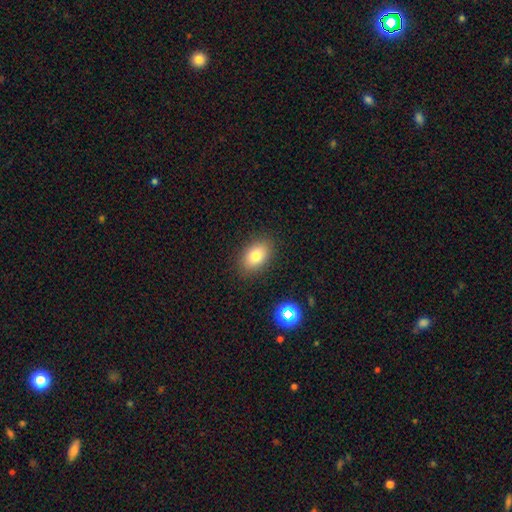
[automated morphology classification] type=smooth (79%); roundness=in between (84%); merging=none (87%).